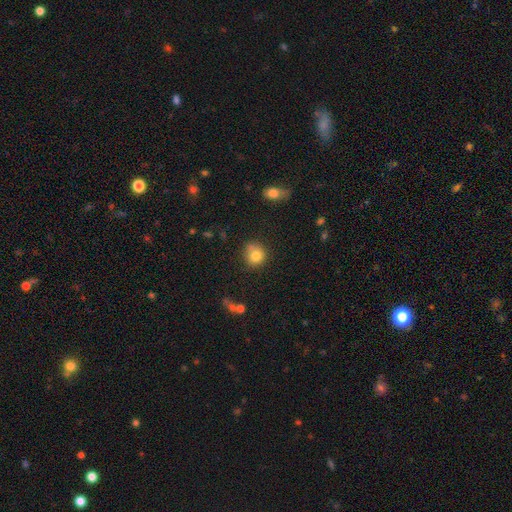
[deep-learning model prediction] Smooth or featured? Predicted: smooth (p=0.80). How rounded? Predicted: round (p=0.83). Merging? Predicted: none (p=0.62).